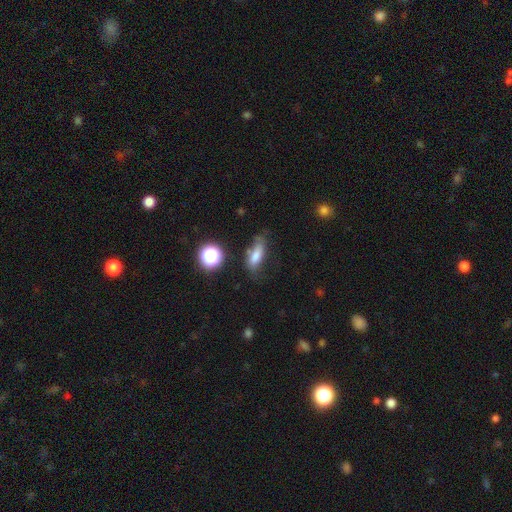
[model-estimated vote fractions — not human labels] A smooth galaxy with no disk features (72%) that is in between round and cigar-shaped (65%).

Vote fractions:
- Smooth or featured? smooth: 72% / featured or disk: 15% / star or artifact: 13%
- How rounded? in between: 65% / cigar-shaped: 28% / round: 7%
- Merging? none: 56% / minor disturbance: 28% / major disturbance: 11% / merger: 5%